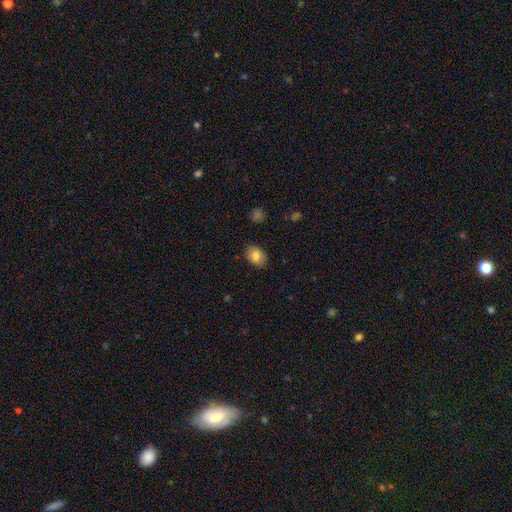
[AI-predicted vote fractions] Smooth or featured? smooth (83%)
How rounded? in between (73%)
Merging? none (85%)